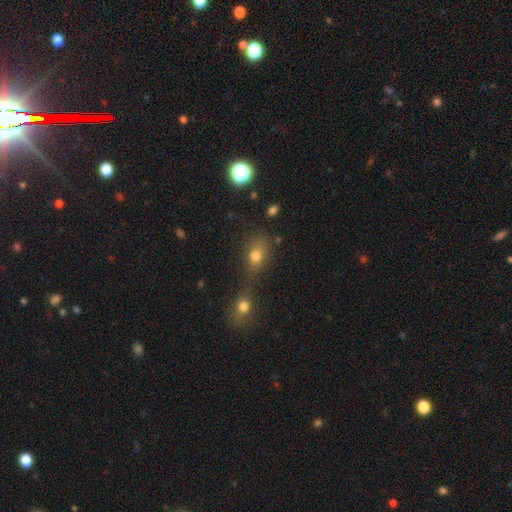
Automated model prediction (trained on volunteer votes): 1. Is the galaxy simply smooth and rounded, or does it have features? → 70% smooth, 19% star or artifact, 11% featured or disk.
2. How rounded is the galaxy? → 56% in between, 40% round, 4% cigar-shaped.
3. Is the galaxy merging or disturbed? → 44% merger, 38% none, 11% minor disturbance, 7% major disturbance.